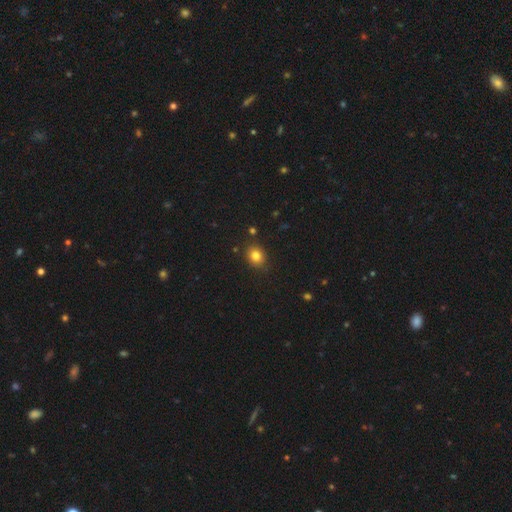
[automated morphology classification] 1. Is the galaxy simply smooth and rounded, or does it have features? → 81% smooth, 12% star or artifact, 7% featured or disk.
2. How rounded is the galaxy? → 57% round, 42% in between, 1% cigar-shaped.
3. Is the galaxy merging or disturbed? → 86% none, 10% minor disturbance, 2% major disturbance, 2% merger.